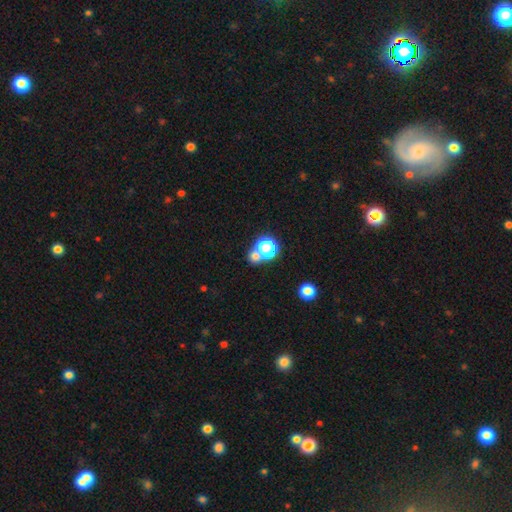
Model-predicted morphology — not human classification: A smooth galaxy with no disk features (69%) that is round (80%).

Vote fractions:
- Smooth or featured? smooth: 69% / star or artifact: 22% / featured or disk: 8%
- How rounded? round: 80% / in between: 19% / cigar-shaped: 1%
- Merging? none: 48% / merger: 41% / minor disturbance: 7% / major disturbance: 4%